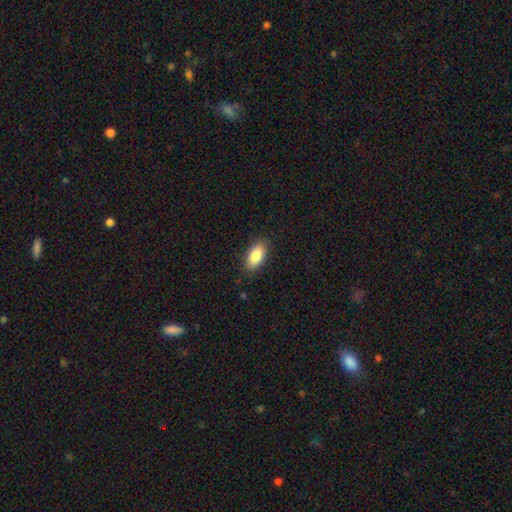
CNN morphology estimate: Smooth or featured? Predicted: smooth (p=0.86). How rounded? Predicted: in between (p=0.92). Merging? Predicted: none (p=0.86).